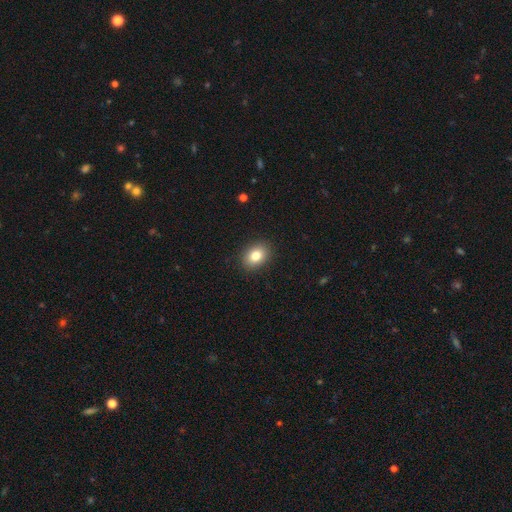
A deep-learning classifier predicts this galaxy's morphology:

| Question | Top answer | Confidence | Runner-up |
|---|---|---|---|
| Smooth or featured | smooth | 82% | star or artifact (9%) |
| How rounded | in between | 71% | round (28%) |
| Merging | none | 89% | minor disturbance (7%) |